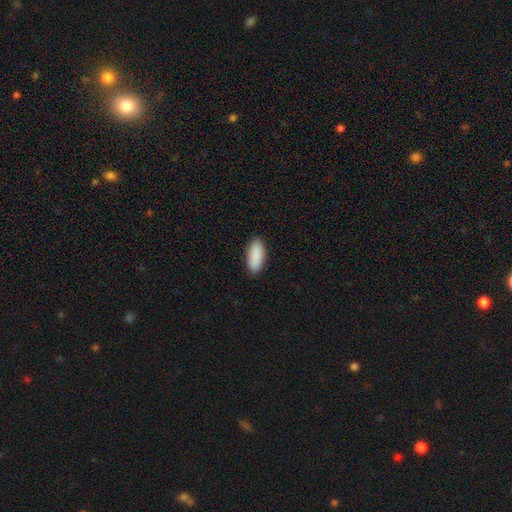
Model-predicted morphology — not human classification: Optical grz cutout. It shows a smooth galaxy with no disk features (91%) that is in between round and cigar-shaped (86%). Merging: none (89%).